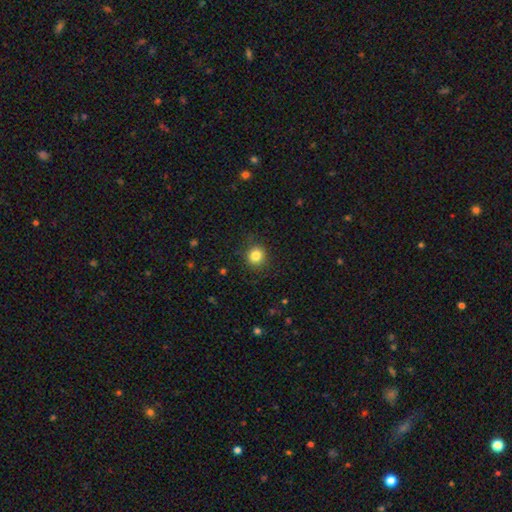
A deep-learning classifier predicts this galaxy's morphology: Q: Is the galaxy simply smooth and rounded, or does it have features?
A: smooth — 83%.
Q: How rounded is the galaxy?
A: round — 89%.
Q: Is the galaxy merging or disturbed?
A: none — 89%.